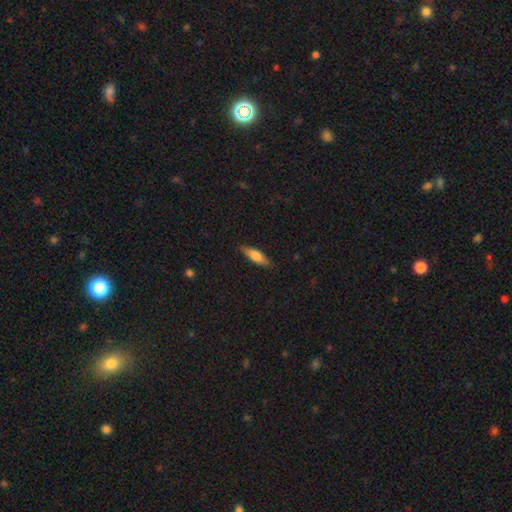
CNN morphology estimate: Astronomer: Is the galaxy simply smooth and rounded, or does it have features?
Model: smooth — 72%.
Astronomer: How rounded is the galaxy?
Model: cigar-shaped — 52% (runner-up: in between, 46%).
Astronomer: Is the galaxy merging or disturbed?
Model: none — 85%.